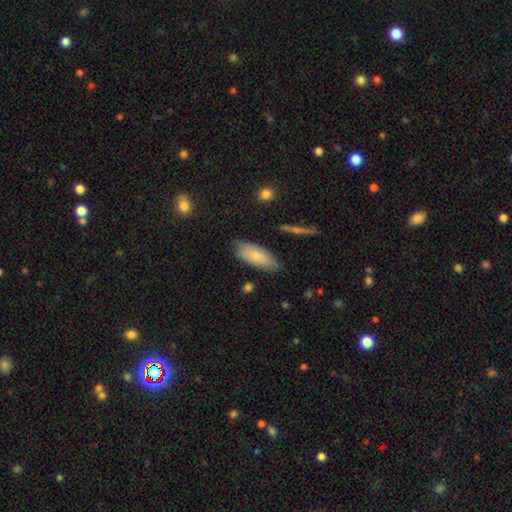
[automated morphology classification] Smooth or featured? Predicted: smooth (p=0.79). How rounded? Predicted: in between (p=0.80). Merging? Predicted: none (p=0.78).